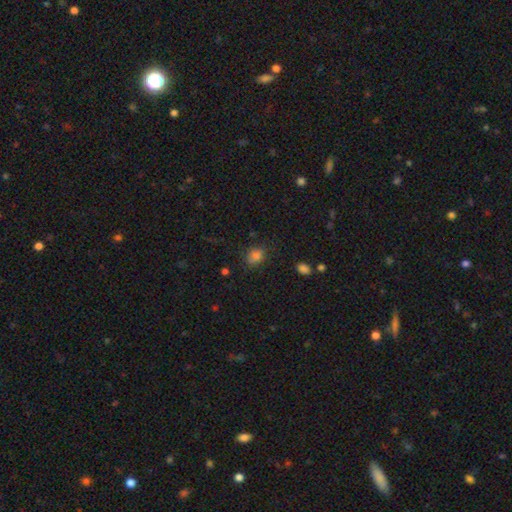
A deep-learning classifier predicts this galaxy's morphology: A smooth galaxy with no disk features (82%) that is in between round and cigar-shaped (52%).

Vote fractions:
- Smooth or featured? smooth: 82% / star or artifact: 13% / featured or disk: 5%
- How rounded? in between: 52% / round: 47% / cigar-shaped: 1%
- Merging? none: 75% / minor disturbance: 18% / major disturbance: 5% / merger: 2%